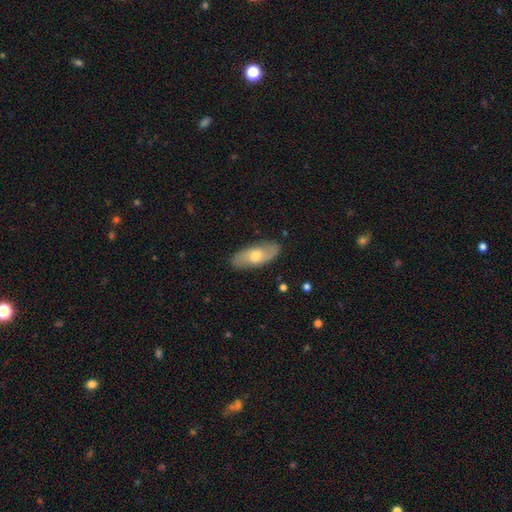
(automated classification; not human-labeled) This is possibly a featured or disk galaxy (50%). It is clearly not viewed edge-on (82%). Merging: clearly none (84%).